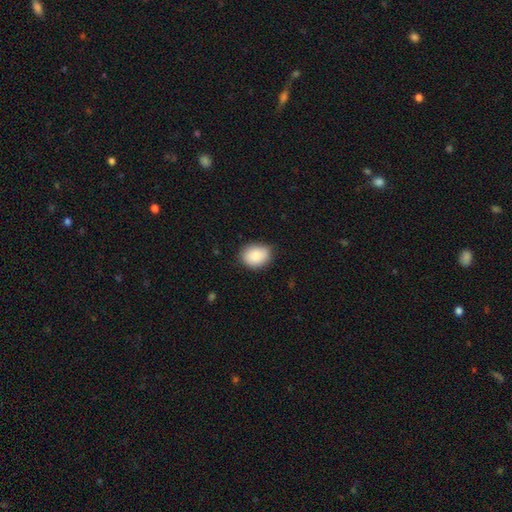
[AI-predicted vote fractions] Smooth or featured?
  - smooth: 86% *
  - star or artifact: 7%
  - featured or disk: 7%
How rounded?
  - in between: 59% *
  - round: 40%
  - cigar-shaped: 1%
Merging?
  - none: 80% *
  - minor disturbance: 16%
  - major disturbance: 3%
  - merger: 1%